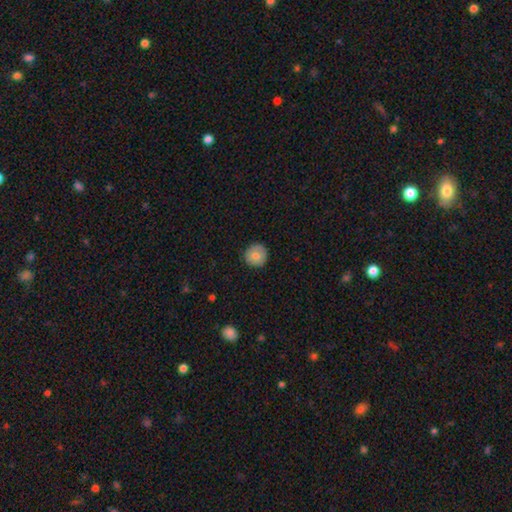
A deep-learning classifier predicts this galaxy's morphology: Smooth or featured? smooth (75%)
How rounded? round (94%)
Merging? none (89%)